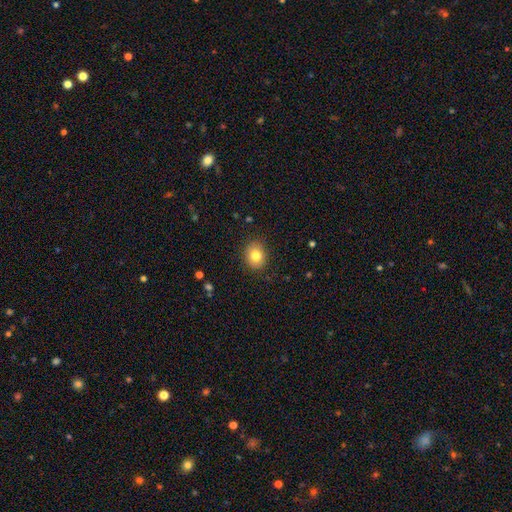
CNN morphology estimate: type=smooth (81%); roundness=round (62%); merging=none (87%).